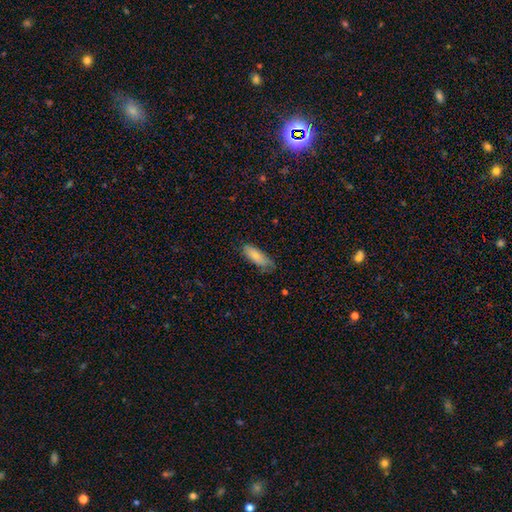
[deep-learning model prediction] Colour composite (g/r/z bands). It shows a smooth galaxy with no disk features (81%) that is in between round and cigar-shaped (68%). Merging: none (65%).